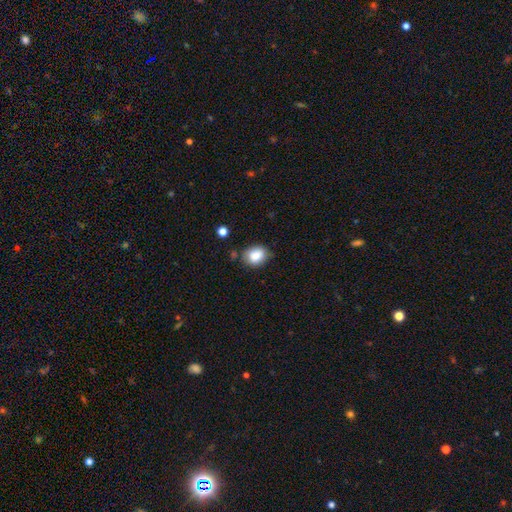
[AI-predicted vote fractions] smooth 86%, star or artifact 8%, featured or disk 6%. Down the decision tree: how rounded — in between (55%); merging — none (75%).